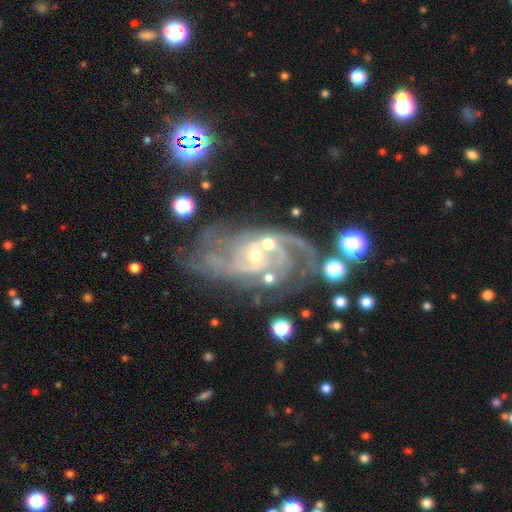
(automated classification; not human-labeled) Smooth or featured?
  - featured or disk: 89% *
  - star or artifact: 6%
  - smooth: 5%
Edge-on disk?
  - no: 97% *
  - yes: 3%
Bar?
  - no: 65% *
  - weak: 27%
  - strong: 9%
Spiral arms?
  - yes: 97% *
  - no: 3%
Spiral winding?
  - tight: 45% *
  - medium: 43%
  - loose: 12%
Spiral arm count?
  - 2: 45% *
  - 3: 19%
  - can't tell: 17%
  - 4: 7%
  - 1: 6%
  - more than 4: 6%
Bulge size?
  - small: 58% *
  - moderate: 37%
  - large: 2%
  - none: 2%
  - dominant: 1%
Merging?
  - none: 50% *
  - minor disturbance: 20%
  - major disturbance: 19%
  - merger: 10%